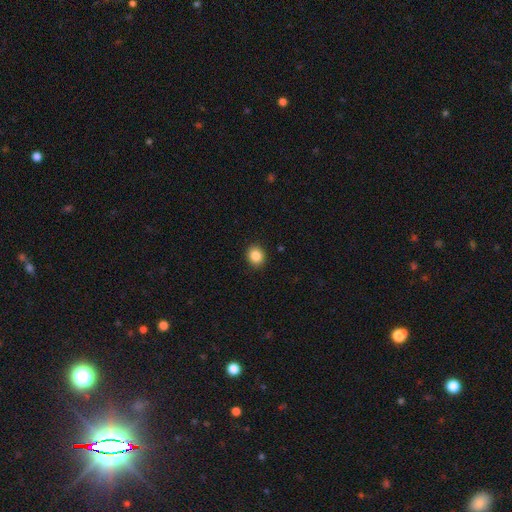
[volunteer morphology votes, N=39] Q: Smooth or featured?
A: smooth (87%); runner-up: star or artifact (8%)
Q: How rounded?
A: round (79%); runner-up: in between (21%)
Q: Merging?
A: none (92%); runner-up: minor disturbance (6%)